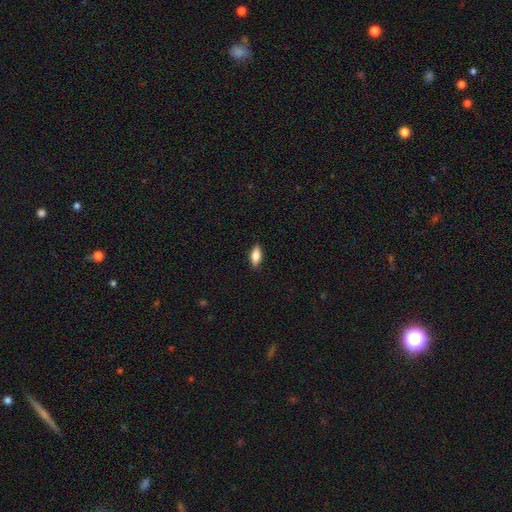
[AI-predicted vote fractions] A smooth galaxy with no disk features (79%) that is in between round and cigar-shaped (82%).

Vote fractions:
- Smooth or featured? smooth: 79% / featured or disk: 15% / star or artifact: 7%
- How rounded? in between: 82% / cigar-shaped: 16% / round: 3%
- Merging? none: 87% / minor disturbance: 10% / major disturbance: 2% / merger: 1%